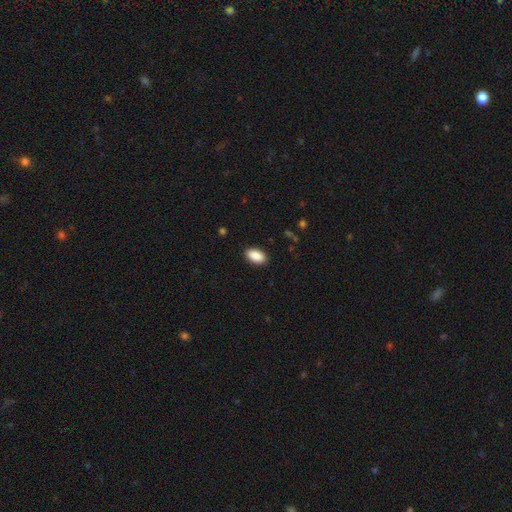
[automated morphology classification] smooth 90%, star or artifact 7%, featured or disk 3%. Down the decision tree: how rounded — in between (94%); merging — none (89%).